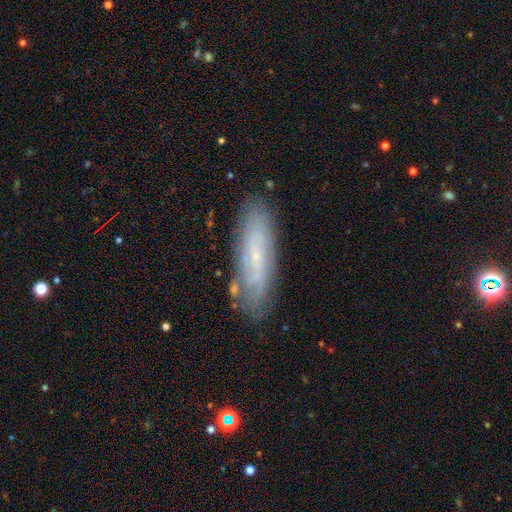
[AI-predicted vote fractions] Smooth or featured?
  - featured or disk: 59% *
  - smooth: 32%
  - star or artifact: 9%
Edge-on disk?
  - no: 75% *
  - yes: 25%
Merging?
  - none: 80% *
  - minor disturbance: 14%
  - major disturbance: 3%
  - merger: 2%